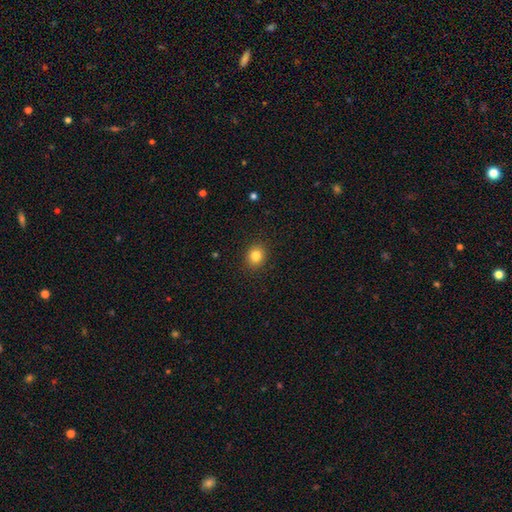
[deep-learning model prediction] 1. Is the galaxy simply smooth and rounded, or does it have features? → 83% smooth, 11% star or artifact, 6% featured or disk.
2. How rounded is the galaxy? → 71% round, 28% in between, 1% cigar-shaped.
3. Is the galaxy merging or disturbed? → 90% none, 7% minor disturbance, 2% major disturbance, 1% merger.